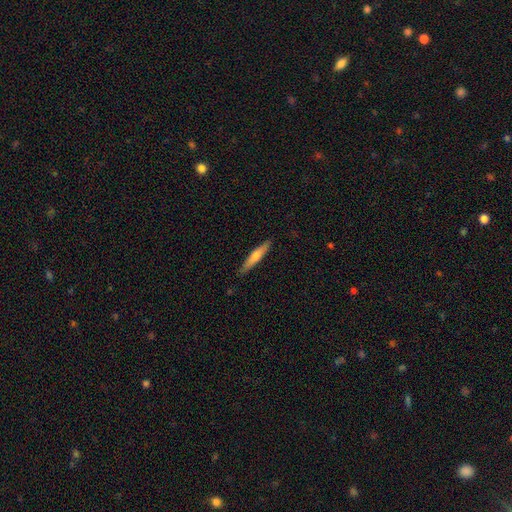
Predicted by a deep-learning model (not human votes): Overall: smooth (55%; featured or disk 40%). How rounded: cigar-shaped (92%). Merging: none (89%).